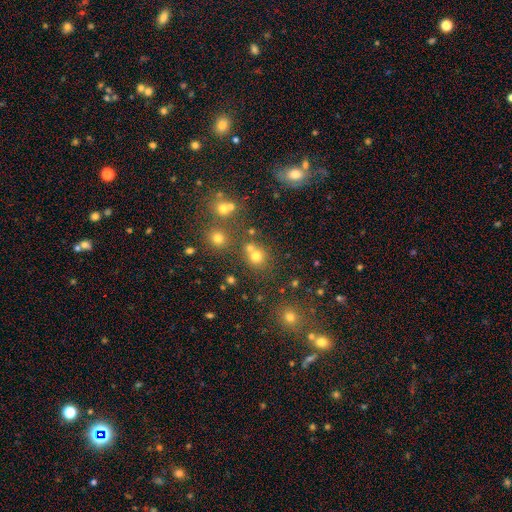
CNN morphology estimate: A smooth galaxy with no disk features (67%) that is round (84%). Merging: none (67%).